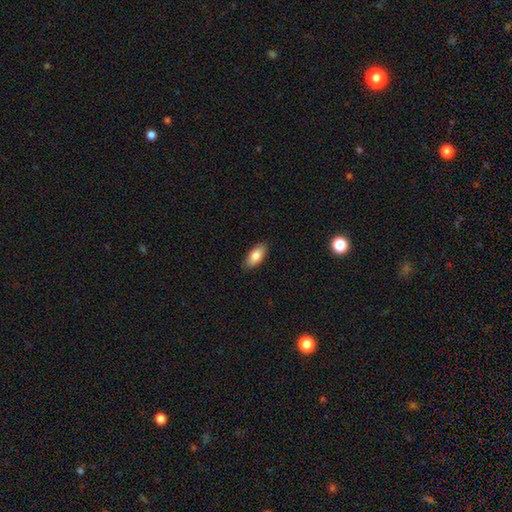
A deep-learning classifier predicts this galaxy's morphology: This appears to be a smooth galaxy with no disk features (83%) that is in between round and cigar-shaped (89%). Merging: none (88%).